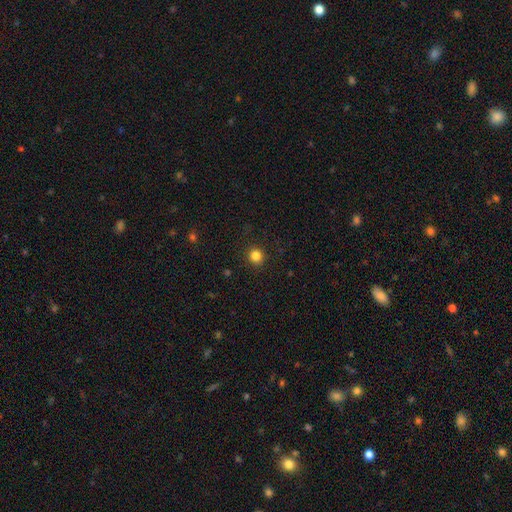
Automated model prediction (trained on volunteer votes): smooth_or_featured: smooth (p=0.84) [alt: star or artifact p=0.12]
how_rounded: round (p=0.92) [alt: in between p=0.07]
merging: none (p=0.91) [alt: minor disturbance p=0.06]